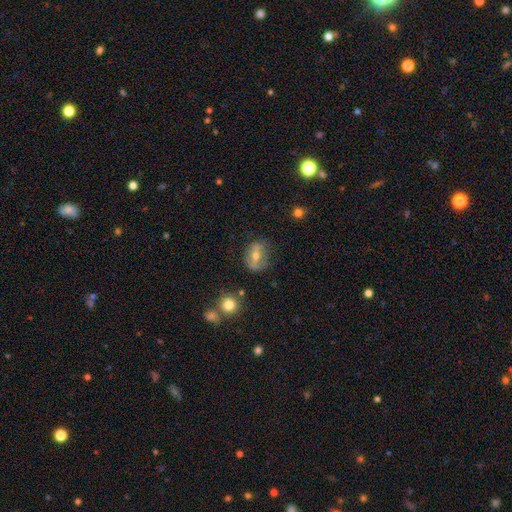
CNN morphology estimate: Overall: featured or disk (52%; smooth 35%). Edge-on disk: no (91%). Merging: none (70%).